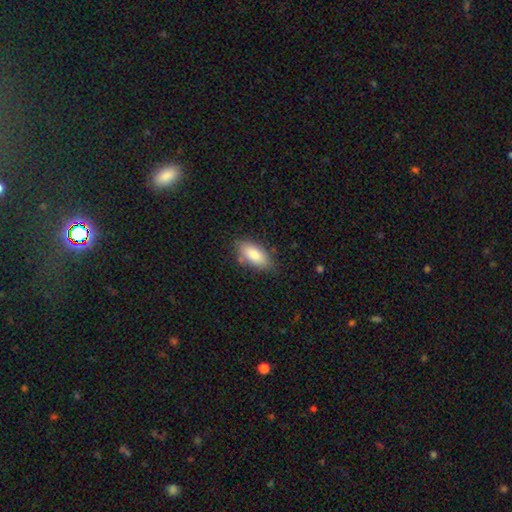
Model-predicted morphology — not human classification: Smooth or featured? Predicted: smooth (p=0.82). How rounded? Predicted: in between (p=0.89). Merging? Predicted: none (p=0.77).